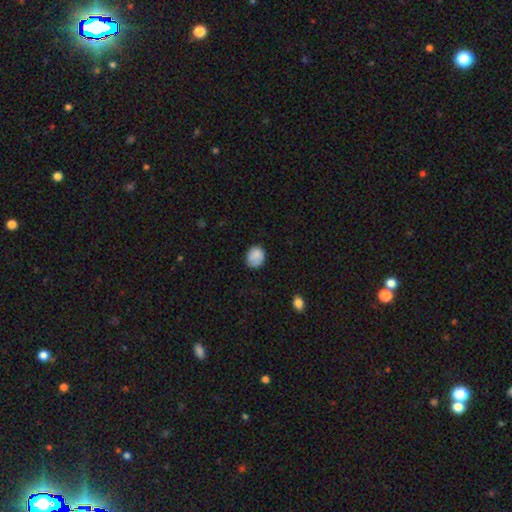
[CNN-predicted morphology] Smooth or featured: smooth — 83% (featured or disk — 9%)
How rounded: round — 65% (in between — 34%)
Merging: none — 74% (minor disturbance — 20%)